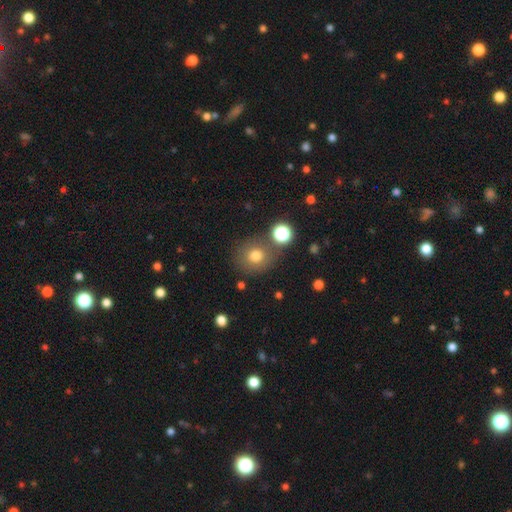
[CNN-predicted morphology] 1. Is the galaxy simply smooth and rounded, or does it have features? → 76% smooth, 14% star or artifact, 10% featured or disk.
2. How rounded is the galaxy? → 87% round, 12% in between, 1% cigar-shaped.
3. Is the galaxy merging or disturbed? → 77% none, 10% minor disturbance, 8% merger, 4% major disturbance.